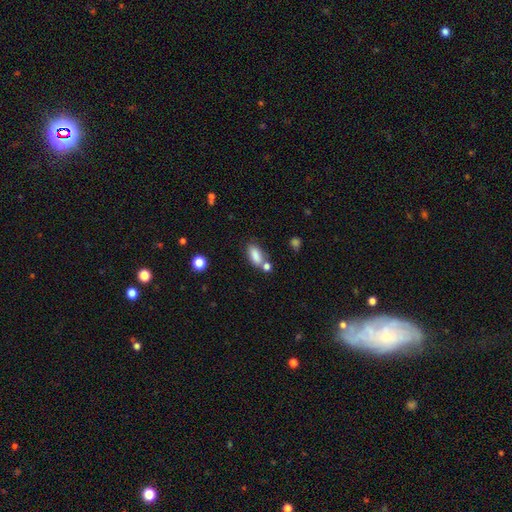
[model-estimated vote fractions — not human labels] Smooth or featured? smooth (83%)
How rounded? in between (81%)
Merging? none (54%)